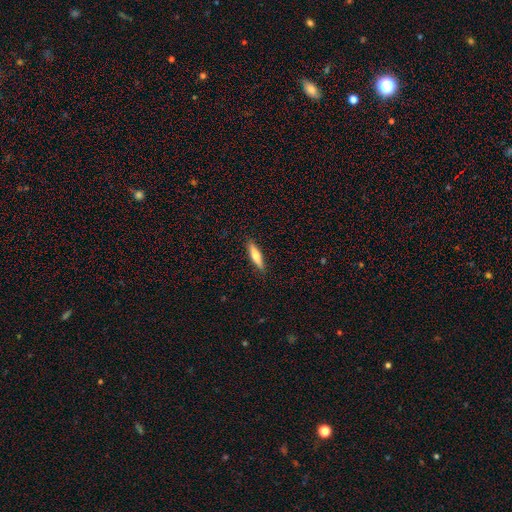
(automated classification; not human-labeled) smooth-or-featured: smooth: 67% | featured or disk: 28% | star or artifact: 6%
  how-rounded: cigar-shaped: 78% | in between: 21% | round: 2%
  merging: none: 89% | minor disturbance: 8% | major disturbance: 2% | merger: 1%